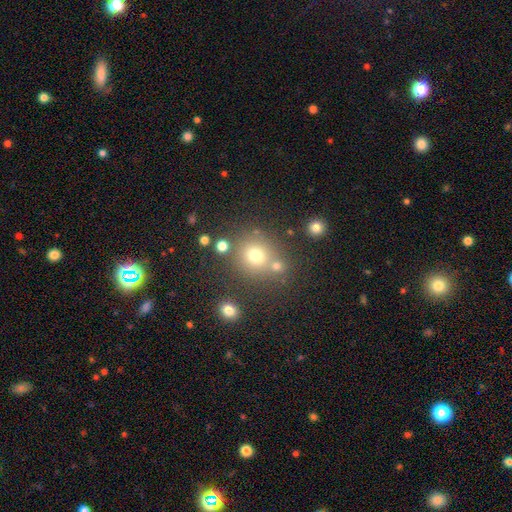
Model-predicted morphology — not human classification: Smooth or featured? Predicted: smooth (p=0.71). How rounded? Predicted: round (p=0.87). Merging? Predicted: none (p=0.69).